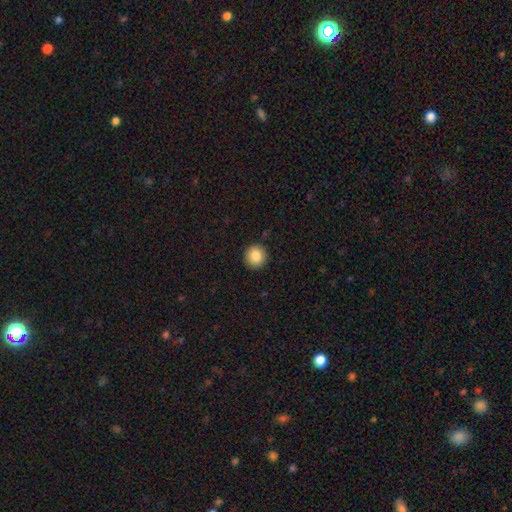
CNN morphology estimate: A smooth galaxy with no disk features (85%) that is round (92%).

Vote fractions:
- Smooth or featured? smooth: 85% / star or artifact: 9% / featured or disk: 6%
- How rounded? round: 92% / in between: 7% / cigar-shaped: 1%
- Merging? none: 92% / minor disturbance: 5% / major disturbance: 2% / merger: 1%